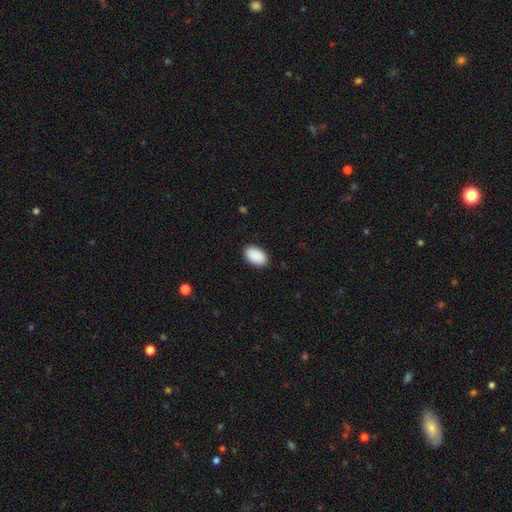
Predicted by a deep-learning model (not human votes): The model was most divided on "merging": none: 90%, minor disturbance: 8%, major disturbance: 2%, merger: 1%. More confident: how rounded — in between (94%); smooth or featured — smooth (92%).